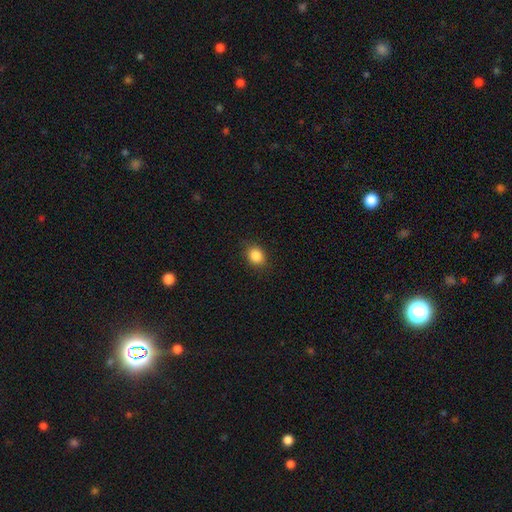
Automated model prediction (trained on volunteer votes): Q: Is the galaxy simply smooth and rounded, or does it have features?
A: smooth — 87%.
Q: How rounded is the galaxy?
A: round — 52%.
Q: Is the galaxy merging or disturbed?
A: none — 85%.